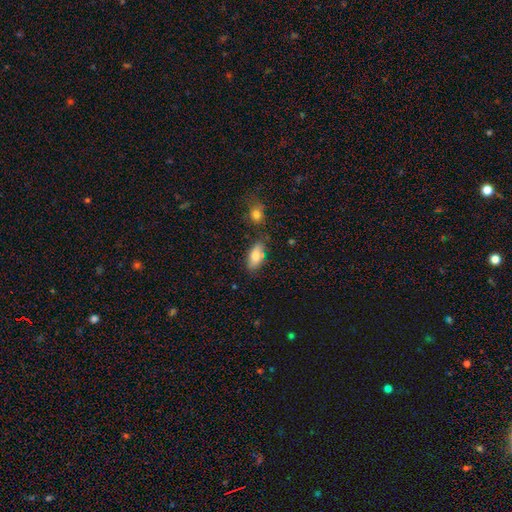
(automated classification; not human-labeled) Q: Smooth or featured?
A: smooth (78%); runner-up: featured or disk (15%)
Q: How rounded?
A: in between (86%); runner-up: cigar-shaped (11%)
Q: Merging?
A: none (76%); runner-up: minor disturbance (15%)